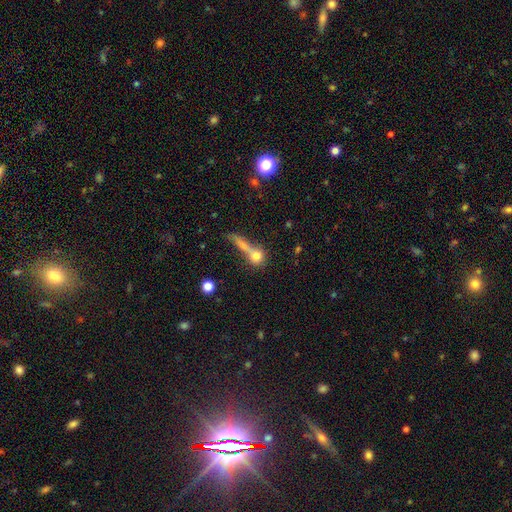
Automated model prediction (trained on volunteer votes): Smooth or featured: smooth — 71% (featured or disk — 18%)
How rounded: round — 62% (cigar-shaped — 20%)
Merging: none — 43% (merger — 33%)